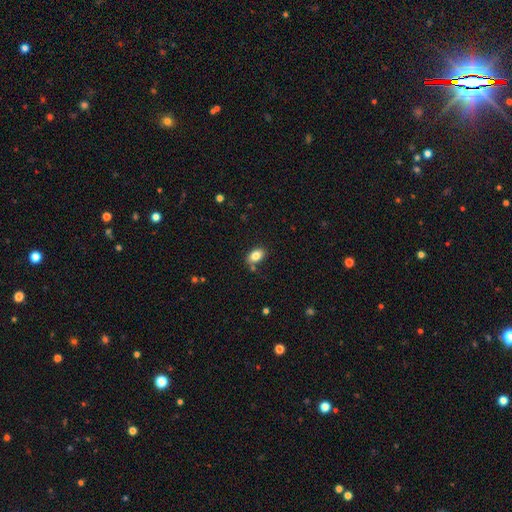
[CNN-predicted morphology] This is clearly a smooth galaxy (82%). How rounded: clearly in between (89%). Merging: likely none (77%).